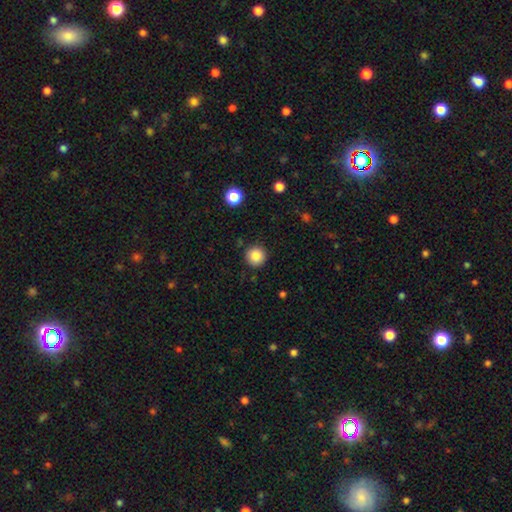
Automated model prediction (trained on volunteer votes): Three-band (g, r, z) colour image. It shows a smooth galaxy with no disk features (85%) that is round (95%). Merging: none (90%).